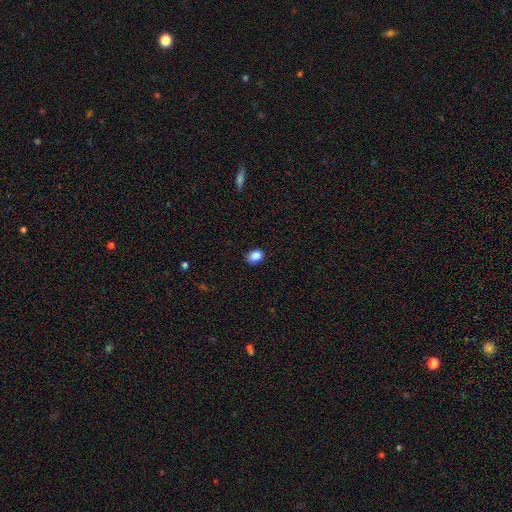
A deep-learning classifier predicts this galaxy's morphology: Overall: smooth (88%). How rounded: in between (51%; round 48%). Merging: none (87%).